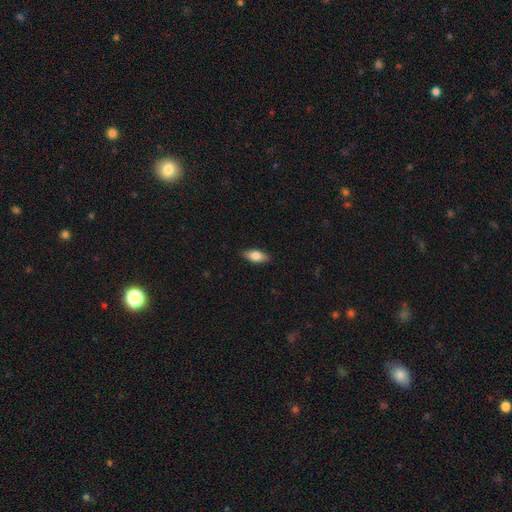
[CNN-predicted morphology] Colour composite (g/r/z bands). It shows a smooth galaxy with no disk features (77%) that is in between round and cigar-shaped (84%). Merging: none (87%).